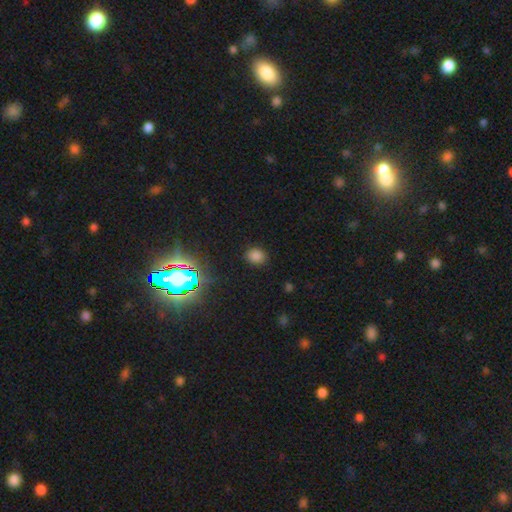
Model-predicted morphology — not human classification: This is likely a smooth galaxy (76%). How rounded: possibly round (59%). Merging: clearly none (87%).